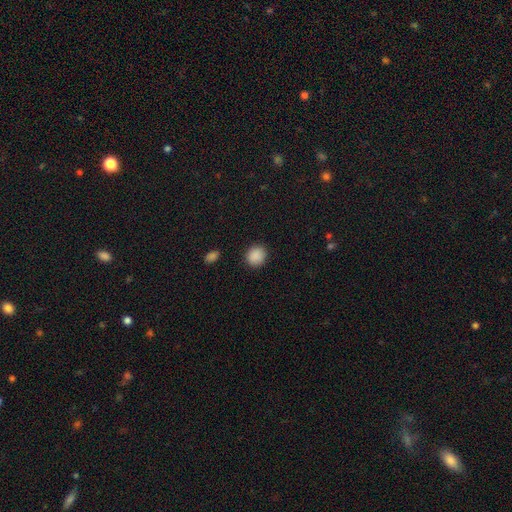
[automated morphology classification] Smooth or featured? smooth (89%)
How rounded? round (84%)
Merging? none (90%)